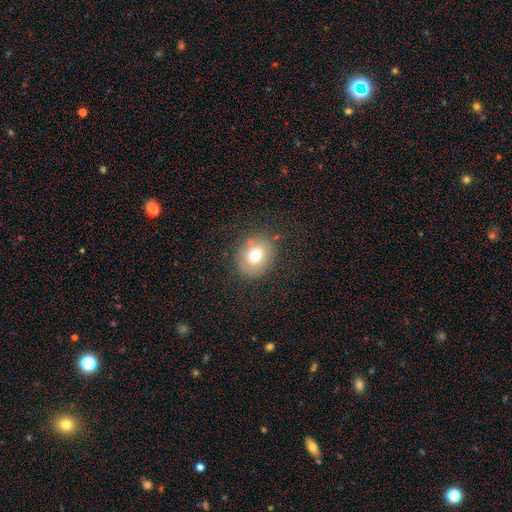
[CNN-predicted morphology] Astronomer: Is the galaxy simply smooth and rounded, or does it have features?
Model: smooth — 72%.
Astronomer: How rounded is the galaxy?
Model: round — 57% (runner-up: in between, 42%).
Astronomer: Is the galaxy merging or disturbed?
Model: none — 80%.